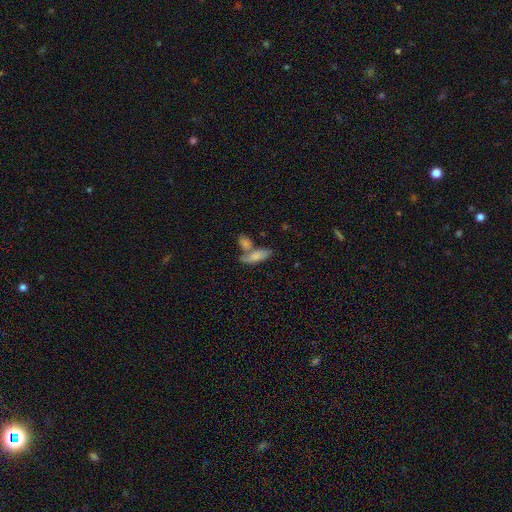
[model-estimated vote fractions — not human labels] The model was most divided on "merging": merger: 43%, none: 40%, minor disturbance: 12%, major disturbance: 5%. More confident: smooth or featured — smooth (75%); how rounded — in between (68%).